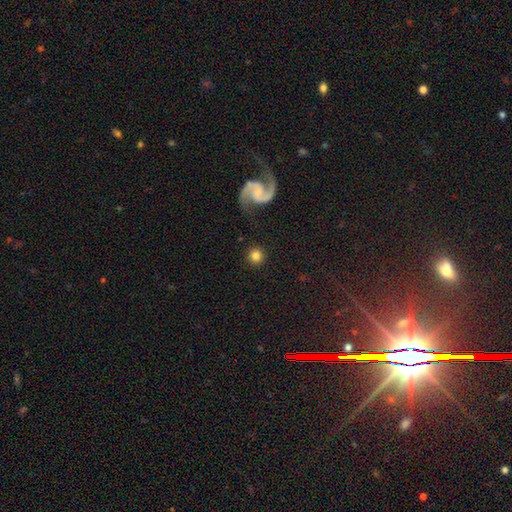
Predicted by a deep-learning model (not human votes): smooth-or-featured: smooth: 75% | featured or disk: 16% | star or artifact: 9%
  how-rounded: round: 95% | in between: 4% | cigar-shaped: 1%
  merging: none: 90% | minor disturbance: 6% | major disturbance: 3% | merger: 2%